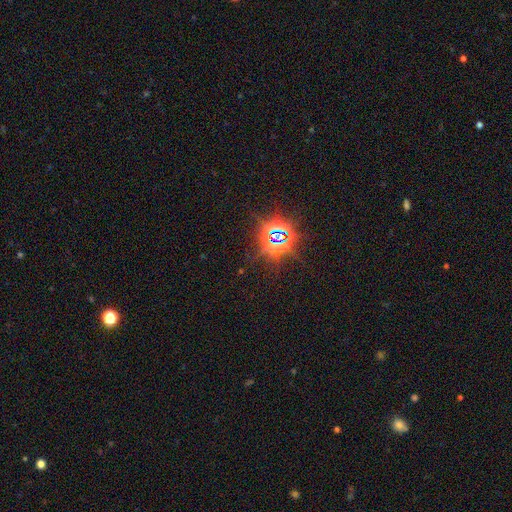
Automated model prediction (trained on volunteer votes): Morphology: type=star or artifact (82%).